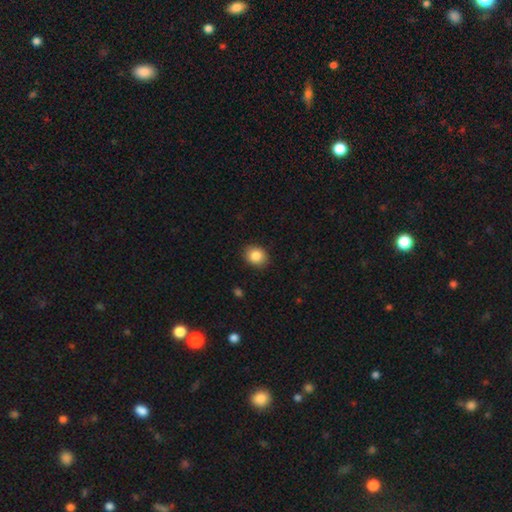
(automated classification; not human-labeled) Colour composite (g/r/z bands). It shows a smooth galaxy with no disk features (86%) that is round (61%). Merging: none (88%).